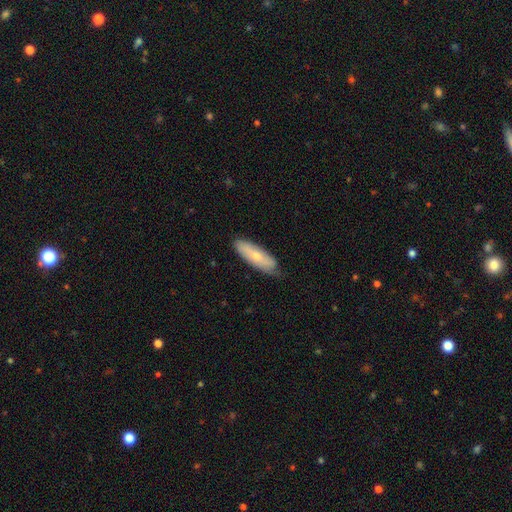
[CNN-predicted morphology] type=smooth (61%); roundness=in between (53%); merging=none (71%).